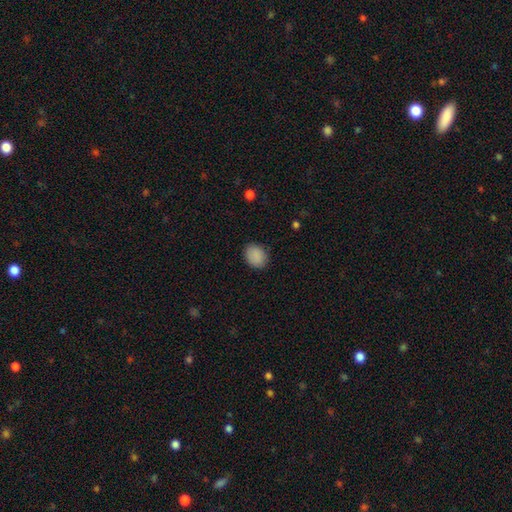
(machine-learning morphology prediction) The model was most divided on "how rounded": in between: 53%, round: 47%, cigar-shaped: 1%. More confident: smooth or featured — smooth (89%); merging — none (86%).